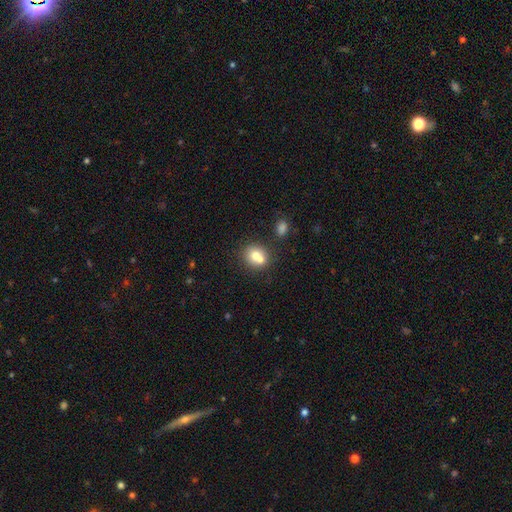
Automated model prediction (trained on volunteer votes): Smooth or featured: smooth — 73% (featured or disk — 17%)
How rounded: round — 73% (in between — 26%)
Merging: none — 45% (merger — 43%)